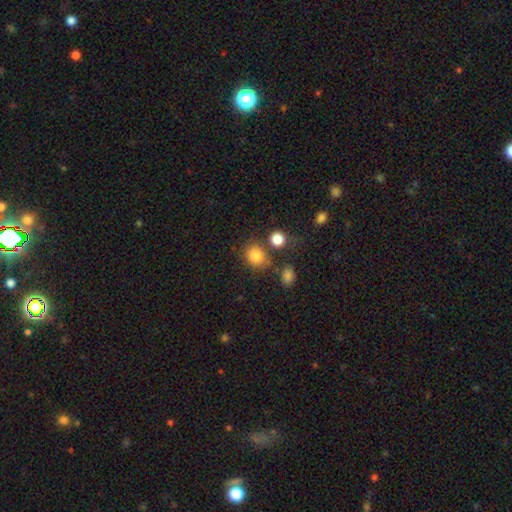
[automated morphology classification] This is clearly a smooth galaxy (83%). How rounded: likely round (67%). Merging: likely none (68%).